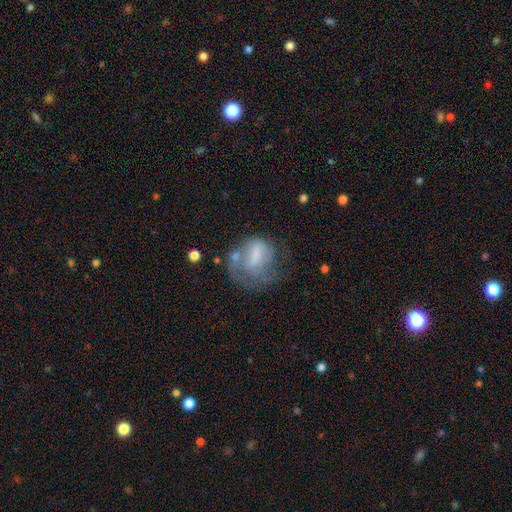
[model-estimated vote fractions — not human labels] A featured or disk galaxy (47%).

Vote fractions:
- Smooth or featured? featured or disk: 47% / smooth: 43% / star or artifact: 10%
- Merging? major disturbance: 40% / none: 28% / minor disturbance: 23% / merger: 9%